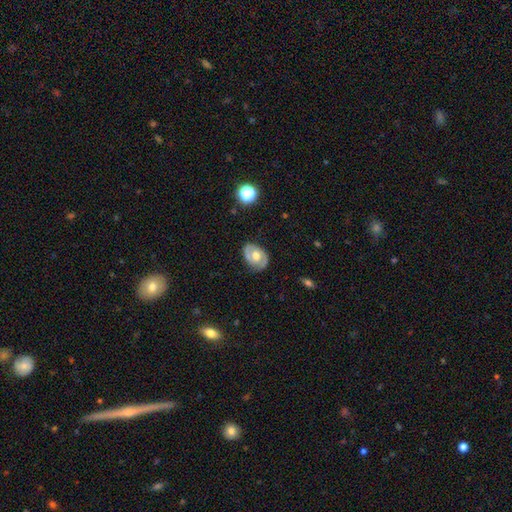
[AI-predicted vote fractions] This appears to be a featured or disk galaxy (71%) with no bar (59%), 2 (83%) medium (44%) spiral arms (80%) and a moderate central bulge (71%). Merging: none (81%).